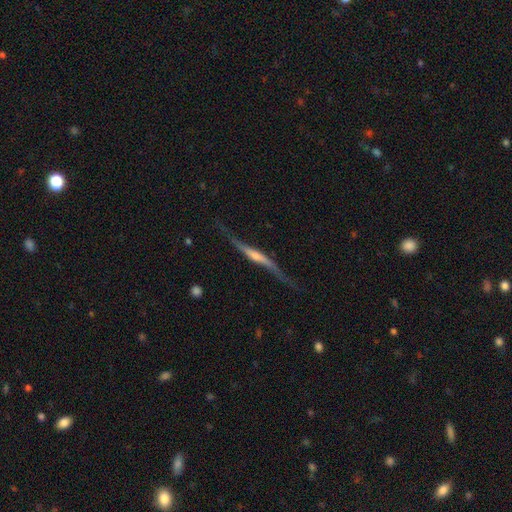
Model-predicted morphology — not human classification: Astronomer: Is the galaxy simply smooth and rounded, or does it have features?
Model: featured or disk — 82%.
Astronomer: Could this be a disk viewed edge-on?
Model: yes — 90%.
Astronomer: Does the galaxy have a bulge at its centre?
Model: rounded — 65%.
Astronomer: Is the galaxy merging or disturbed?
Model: none — 69%.